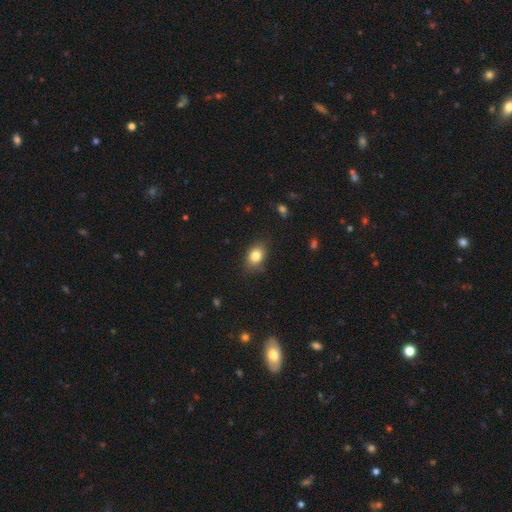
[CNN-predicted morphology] smooth-or-featured: smooth: 83% | star or artifact: 9% | featured or disk: 8%
  how-rounded: in between: 71% | round: 28% | cigar-shaped: 1%
  merging: none: 80% | minor disturbance: 15% | major disturbance: 3% | merger: 1%